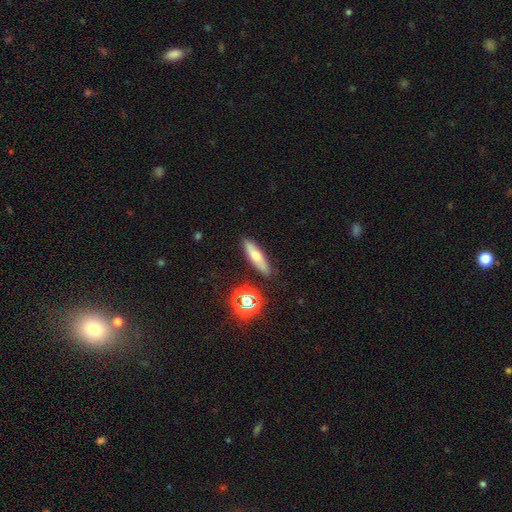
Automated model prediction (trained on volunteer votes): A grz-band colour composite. It shows a smooth galaxy with no disk features (56%) that is cigar-shaped (73%). Merging: none (88%).